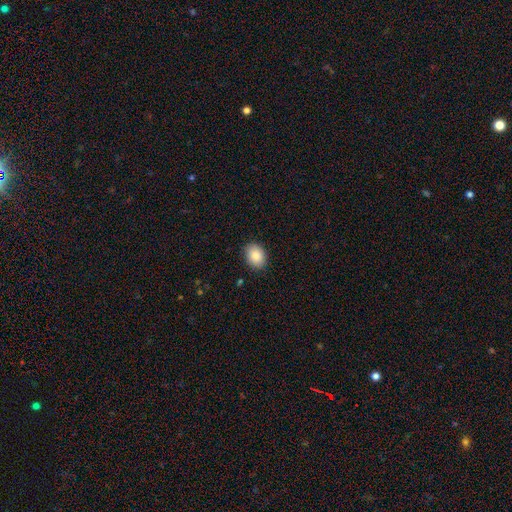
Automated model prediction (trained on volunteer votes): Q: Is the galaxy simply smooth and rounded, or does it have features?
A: smooth — 87%.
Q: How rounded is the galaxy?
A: in between — 66%.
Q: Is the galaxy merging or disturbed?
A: none — 88%.